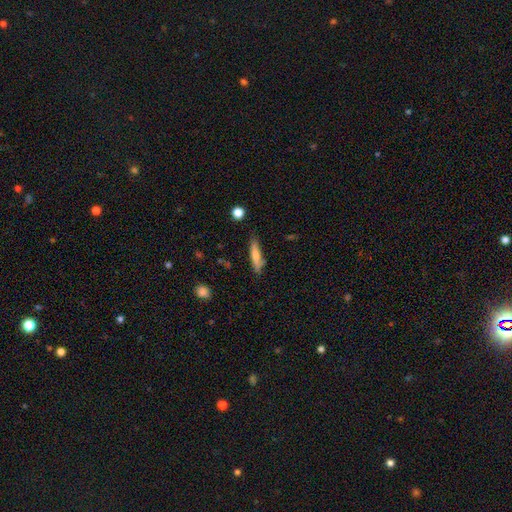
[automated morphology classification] Smooth or featured? smooth (65%)
How rounded? cigar-shaped (83%)
Merging? none (74%)